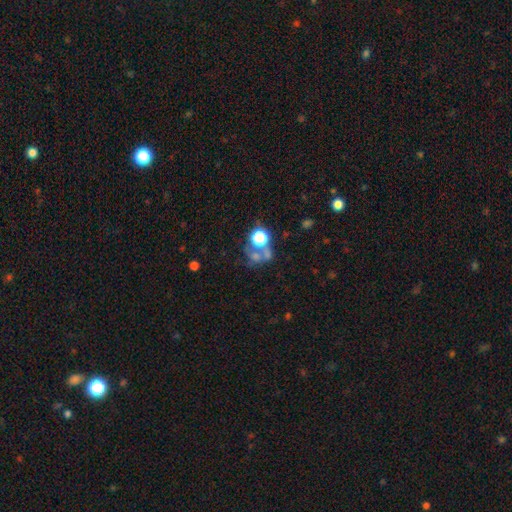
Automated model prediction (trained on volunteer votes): This appears to be a smooth galaxy with no disk features (49%). Merging: merger (39%).